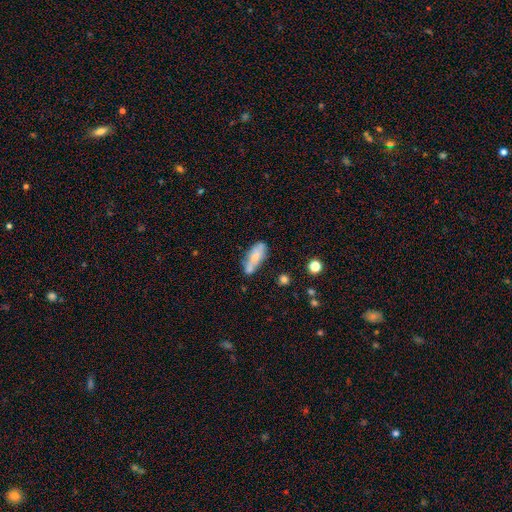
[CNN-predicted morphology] smooth_or_featured: smooth (p=0.64) [alt: featured or disk p=0.29]
how_rounded: in between (p=0.71) [alt: cigar-shaped p=0.26]
merging: none (p=0.52) [alt: minor disturbance p=0.24]